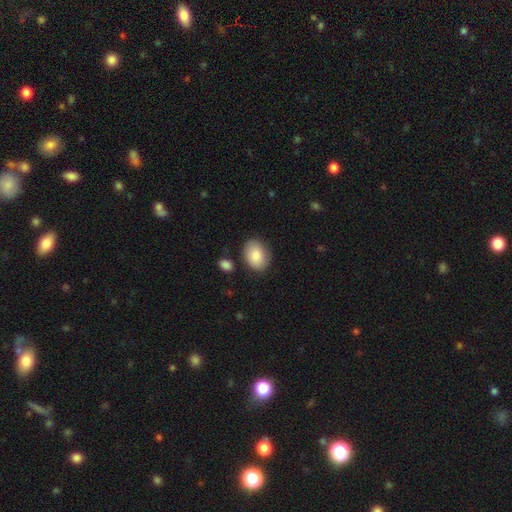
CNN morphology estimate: Smooth or featured? Predicted: smooth (p=0.86). How rounded? Predicted: in between (p=0.75). Merging? Predicted: none (p=0.82).